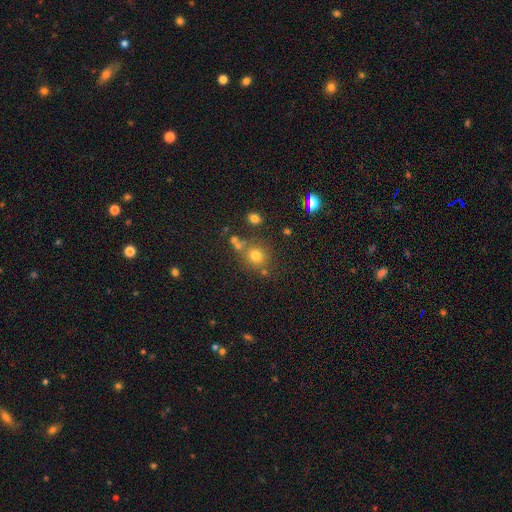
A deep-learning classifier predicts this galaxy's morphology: type=smooth (72%); roundness=round (86%); merging=none (70%).